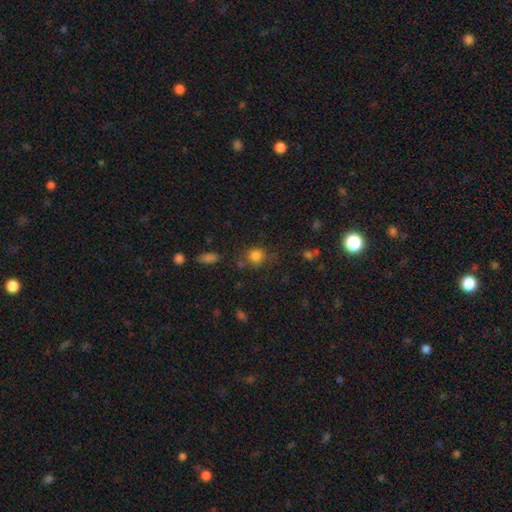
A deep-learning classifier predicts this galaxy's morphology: The model was most divided on "merging": none: 70%, minor disturbance: 17%, major disturbance: 7%, merger: 6%. More confident: how rounded — round (83%); smooth or featured — smooth (82%).